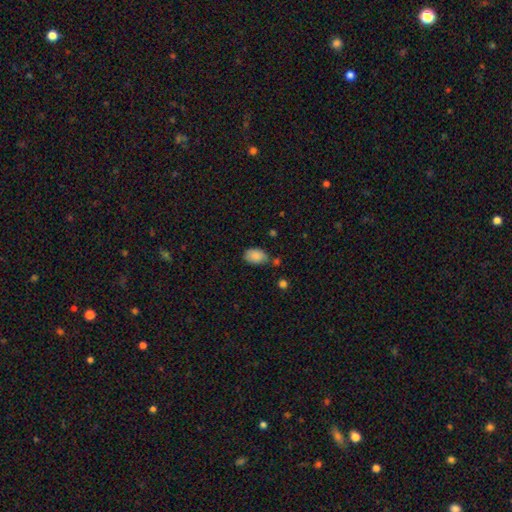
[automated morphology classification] The model was most divided on "merging": none: 61%, minor disturbance: 25%, merger: 8%, major disturbance: 5%. More confident: smooth or featured — smooth (87%); how rounded — in between (86%).